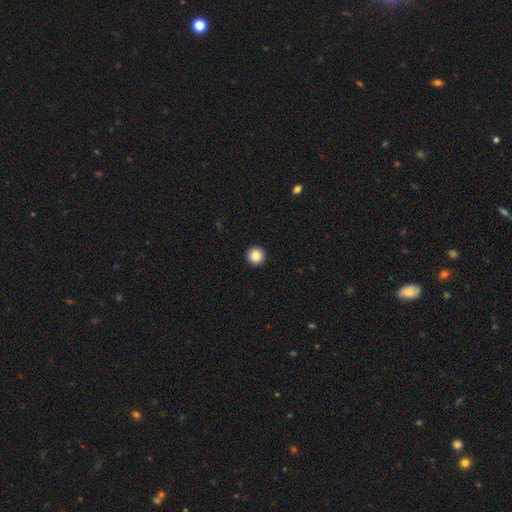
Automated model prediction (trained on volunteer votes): Overall: smooth (87%). How rounded: round (96%). Merging: none (94%).